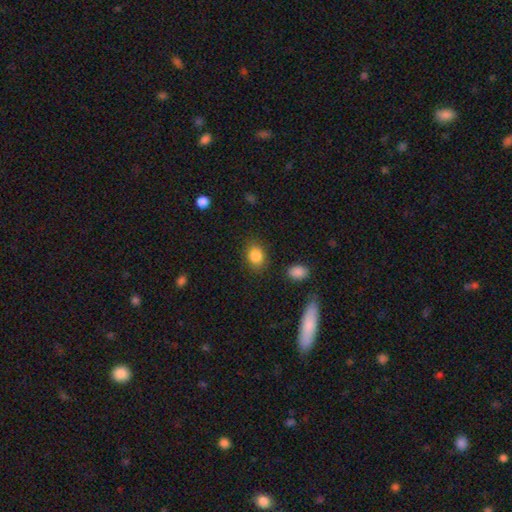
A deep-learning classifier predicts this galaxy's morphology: Q: Smooth or featured?
A: smooth (86%); runner-up: star or artifact (9%)
Q: How rounded?
A: in between (56%); runner-up: round (43%)
Q: Merging?
A: none (82%); runner-up: minor disturbance (12%)